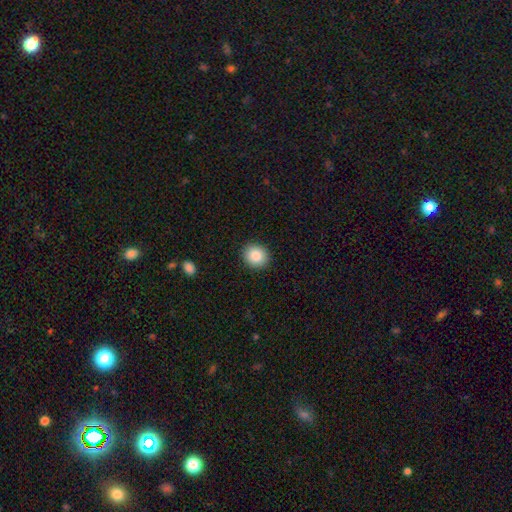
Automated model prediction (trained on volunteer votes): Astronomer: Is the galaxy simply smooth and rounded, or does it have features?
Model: smooth — 87%.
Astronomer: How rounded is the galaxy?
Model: round — 83%.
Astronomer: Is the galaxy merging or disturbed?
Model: none — 91%.